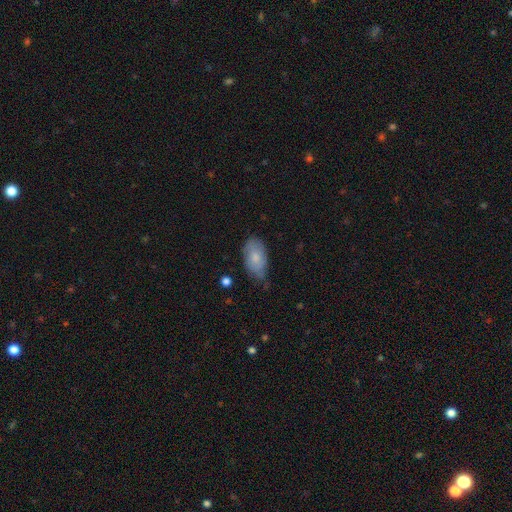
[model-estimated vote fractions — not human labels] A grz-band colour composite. It shows a smooth galaxy with no disk features (77%) that is in between round and cigar-shaped (93%). Merging: none (59%).